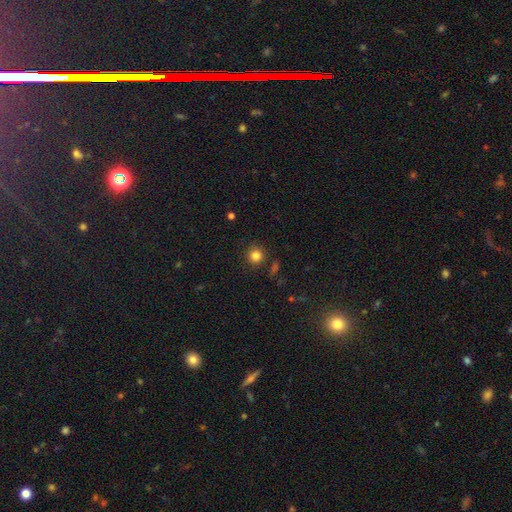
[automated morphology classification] The model was most divided on "smooth or featured": smooth: 83%, star or artifact: 12%, featured or disk: 5%. More confident: how rounded — round (93%); merging — none (86%).